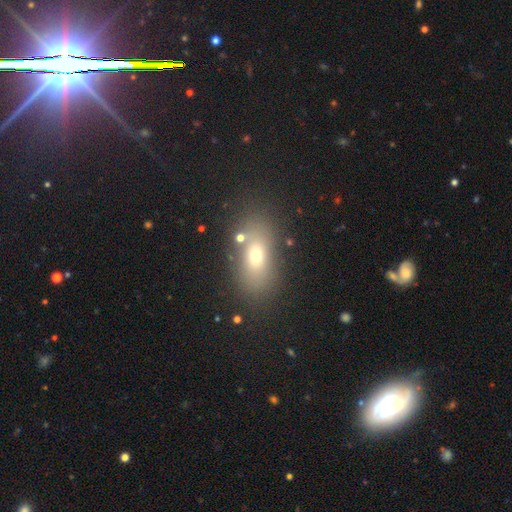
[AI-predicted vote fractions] The model was most divided on "smooth or featured": smooth: 68%, featured or disk: 18%, star or artifact: 14%. More confident: how rounded — in between (81%); merging — none (77%).